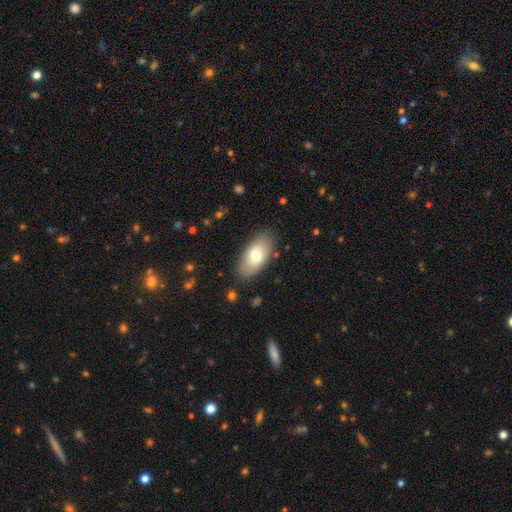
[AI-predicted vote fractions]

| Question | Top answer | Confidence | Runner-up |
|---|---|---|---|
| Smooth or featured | smooth | 74% | featured or disk (20%) |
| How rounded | in between | 93% | cigar-shaped (4%) |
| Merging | none | 84% | minor disturbance (12%) |